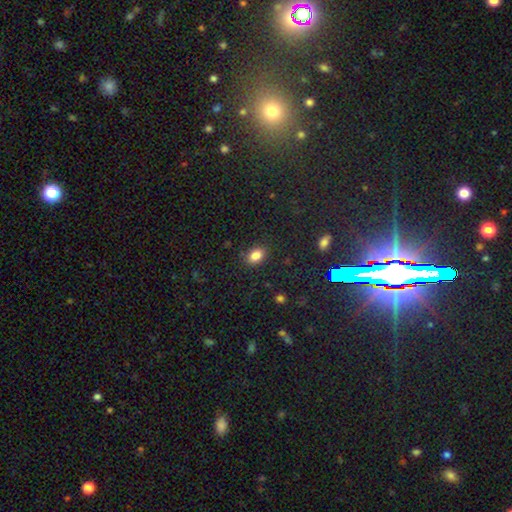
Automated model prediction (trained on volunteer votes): smooth 85%, star or artifact 10%, featured or disk 5%. Down the decision tree: how rounded — in between (83%); merging — none (85%).